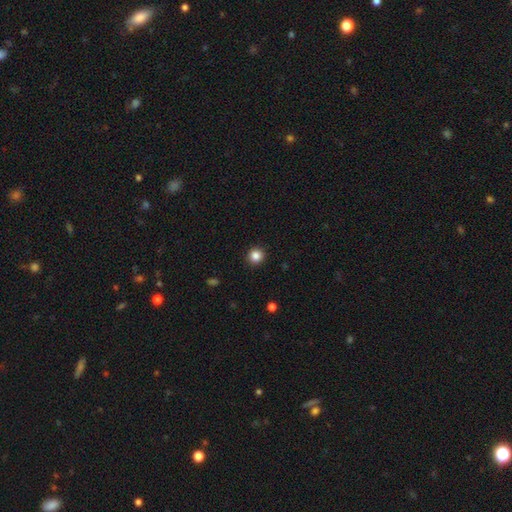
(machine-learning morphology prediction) smooth_or_featured: smooth (p=0.85) [alt: star or artifact p=0.11]
how_rounded: round (p=0.93) [alt: in between p=0.06]
merging: none (p=0.93) [alt: minor disturbance p=0.05]